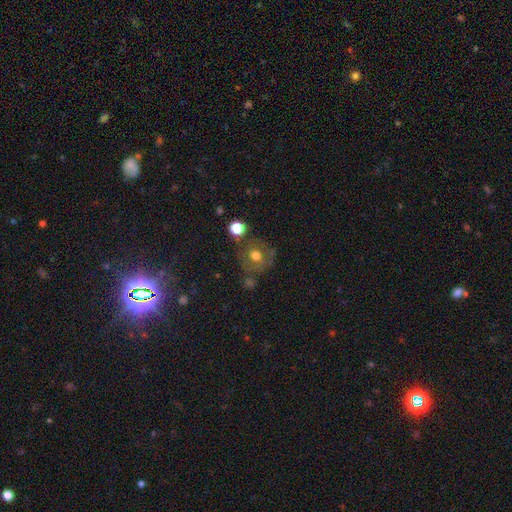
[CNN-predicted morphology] smooth 60%, featured or disk 28%, star or artifact 12%. Down the decision tree: how rounded — round (86%); merging — none (68%).